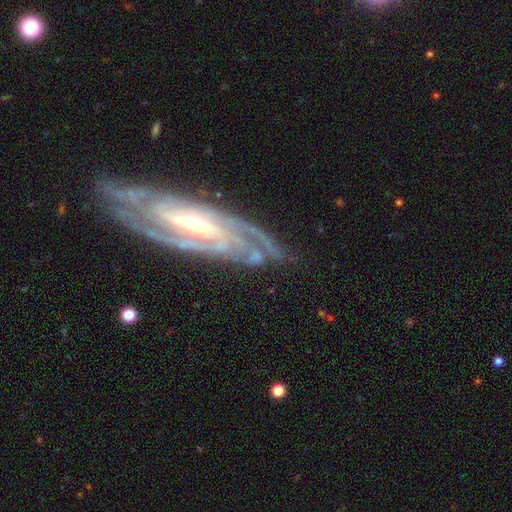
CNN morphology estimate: A featured or disk galaxy (85%) with a strong bar (36%), 2 (35%) tight (59%) spiral arms (95%) and a moderate central bulge (47%).

Vote fractions:
- Smooth or featured? featured or disk: 85% / smooth: 8% / star or artifact: 7%
- Edge-on disk? no: 89% / yes: 11%
- Bar? strong: 36% / weak: 33% / no: 31%
- Spiral arms? yes: 95% / no: 5%
- Spiral winding? tight: 59% / medium: 33% / loose: 8%
- Spiral arm count? 2: 35% / 3: 23% / can't tell: 21% / 4: 8% / 1: 6% / more than 4: 6%
- Bulge size? moderate: 47% / small: 45% / large: 5% / none: 2% / dominant: 1%
- Merging? none: 63% / minor disturbance: 20% / major disturbance: 12% / merger: 4%